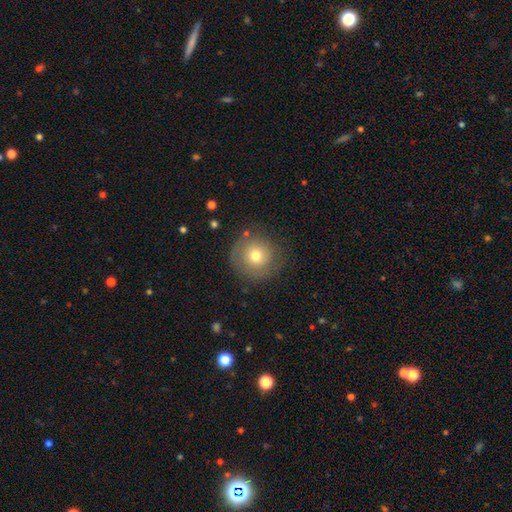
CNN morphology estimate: smooth_or_featured: smooth (p=0.68) [alt: featured or disk p=0.22]
how_rounded: round (p=0.94) [alt: in between p=0.05]
merging: none (p=0.79) [alt: minor disturbance p=0.14]